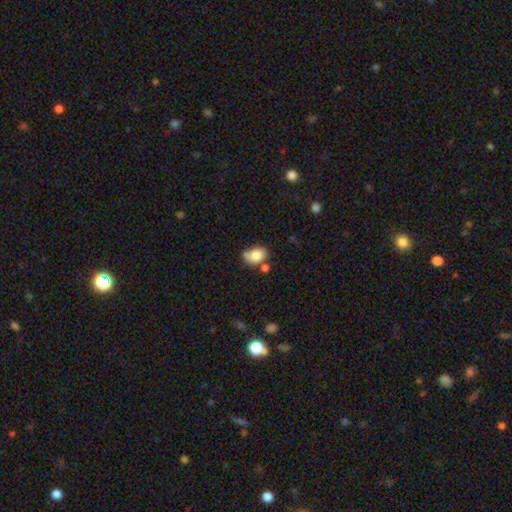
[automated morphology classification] Smooth or featured?
  - smooth: 79% *
  - featured or disk: 12%
  - star or artifact: 9%
How rounded?
  - in between: 71% *
  - round: 28%
  - cigar-shaped: 1%
Merging?
  - none: 49% *
  - merger: 23%
  - minor disturbance: 22%
  - major disturbance: 6%